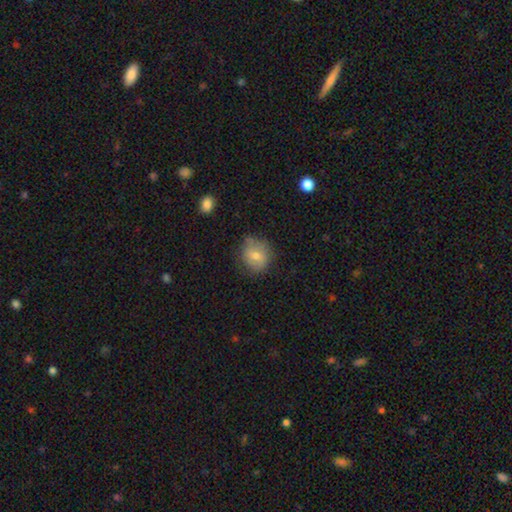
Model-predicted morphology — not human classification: This appears to be a smooth galaxy with no disk features (69%) that is round (76%). Merging: none (69%).